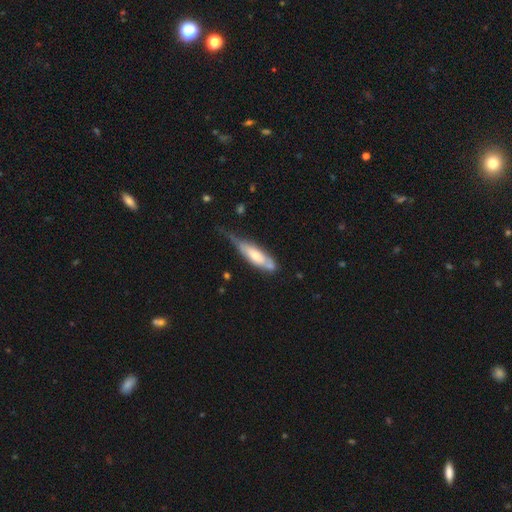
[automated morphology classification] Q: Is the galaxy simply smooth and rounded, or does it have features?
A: smooth — 49%.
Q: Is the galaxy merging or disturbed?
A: minor disturbance — 38%.